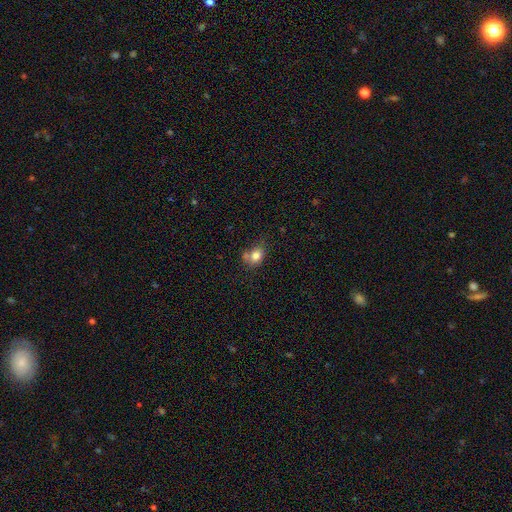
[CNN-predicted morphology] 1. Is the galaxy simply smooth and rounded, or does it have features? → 79% smooth, 10% star or artifact, 10% featured or disk.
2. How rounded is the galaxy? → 54% in between, 45% round, 1% cigar-shaped.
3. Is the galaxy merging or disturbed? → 47% none, 25% minor disturbance, 18% merger, 9% major disturbance.